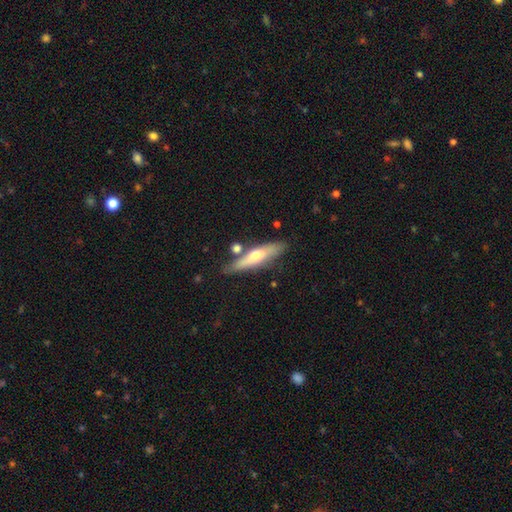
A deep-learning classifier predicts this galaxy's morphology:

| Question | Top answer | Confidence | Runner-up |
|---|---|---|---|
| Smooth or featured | smooth | 47% | tied: featured or disk (47%) |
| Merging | none | 72% | minor disturbance (14%) |